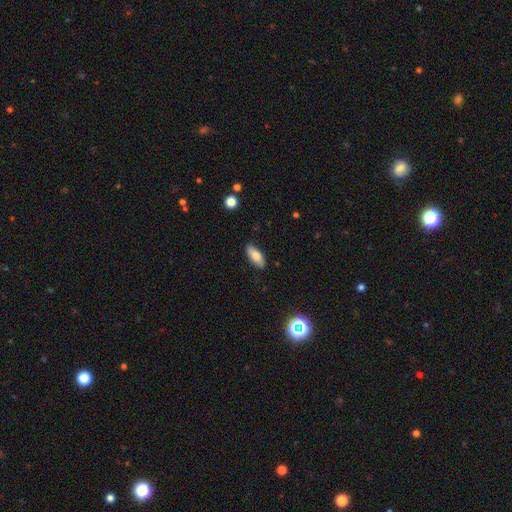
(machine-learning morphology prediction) Q: Smooth or featured?
A: smooth (75%); runner-up: featured or disk (18%)
Q: How rounded?
A: in between (84%); runner-up: cigar-shaped (13%)
Q: Merging?
A: none (83%); runner-up: minor disturbance (13%)